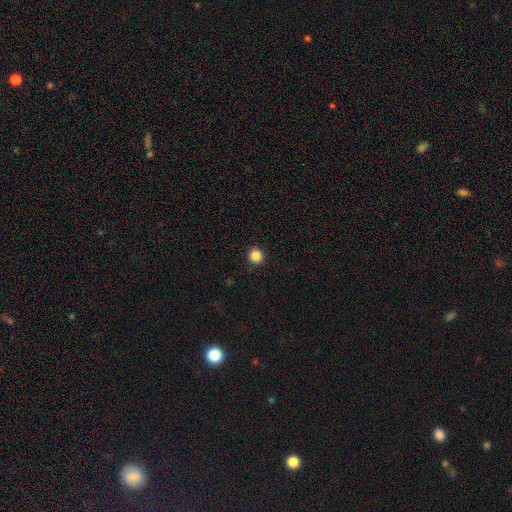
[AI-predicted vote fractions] Smooth or featured? Predicted: smooth (p=0.86). How rounded? Predicted: round (p=0.94). Merging? Predicted: none (p=0.92).